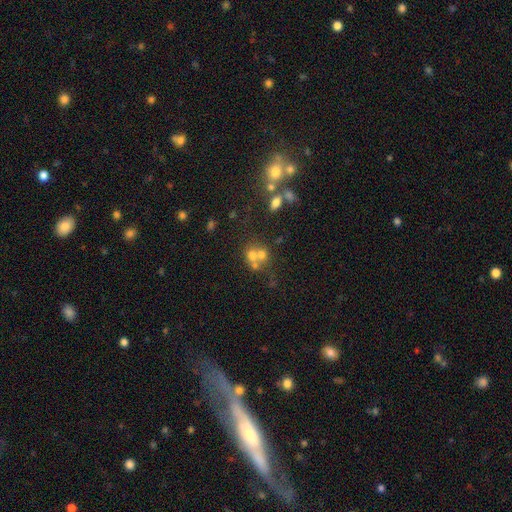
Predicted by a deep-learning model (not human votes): The model was most divided on "merging": merger: 56%, none: 32%, minor disturbance: 7%, major disturbance: 5%. More confident: how rounded — round (74%); smooth or featured — smooth (59%).